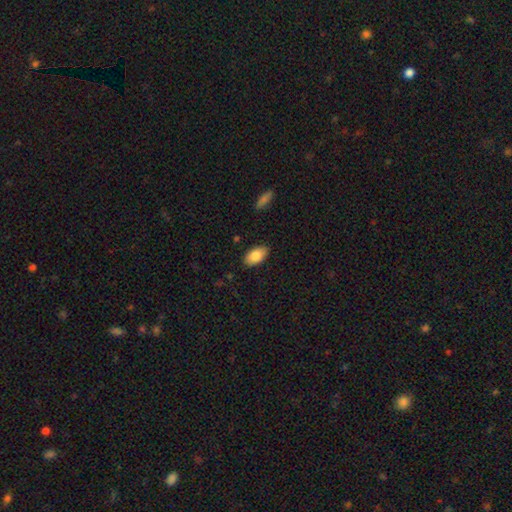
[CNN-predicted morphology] smooth-or-featured: smooth: 83% | featured or disk: 10% | star or artifact: 7%
  how-rounded: in between: 94% | round: 4% | cigar-shaped: 2%
  merging: none: 87% | minor disturbance: 10% | major disturbance: 2% | merger: 1%